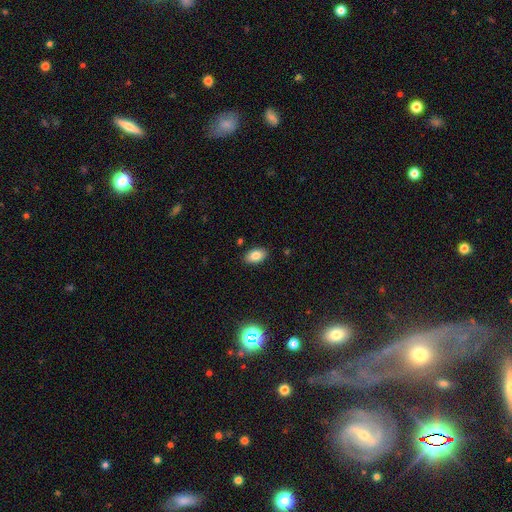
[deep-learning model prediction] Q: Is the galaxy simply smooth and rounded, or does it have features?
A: smooth — 82%.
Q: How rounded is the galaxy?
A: in between — 91%.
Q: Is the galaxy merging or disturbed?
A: none — 87%.